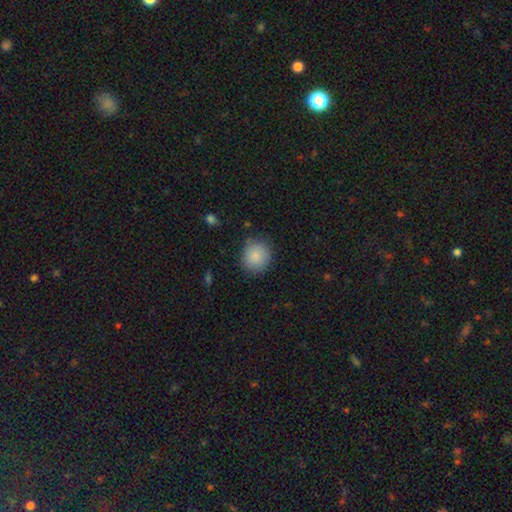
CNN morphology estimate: This is clearly a smooth galaxy (86%). How rounded: clearly round (85%). Merging: clearly none (83%).